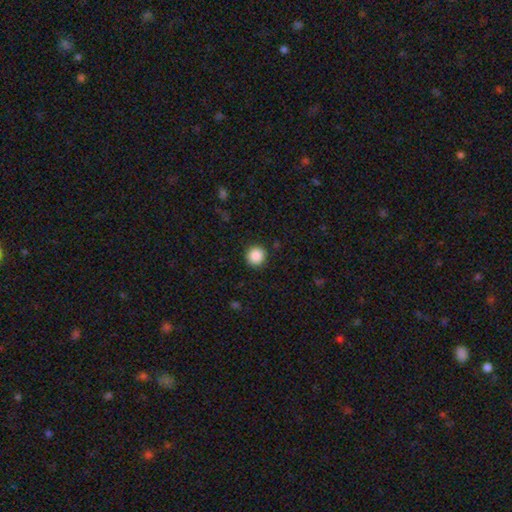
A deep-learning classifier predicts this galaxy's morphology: A smooth galaxy with no disk features (88%) that is round (95%). Merging: none (92%).